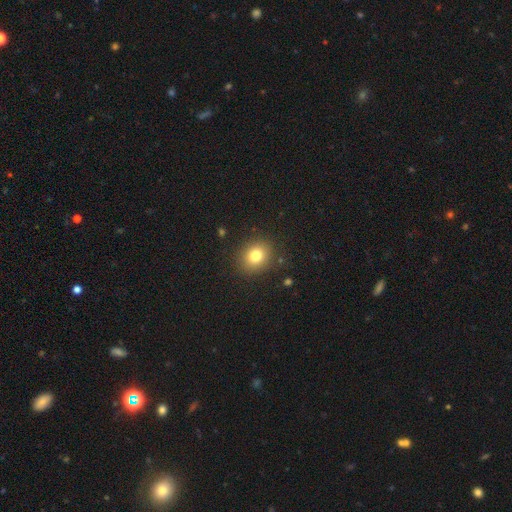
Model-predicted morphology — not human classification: Smooth or featured? Predicted: smooth (p=0.80). How rounded? Predicted: round (p=0.66). Merging? Predicted: none (p=0.87).